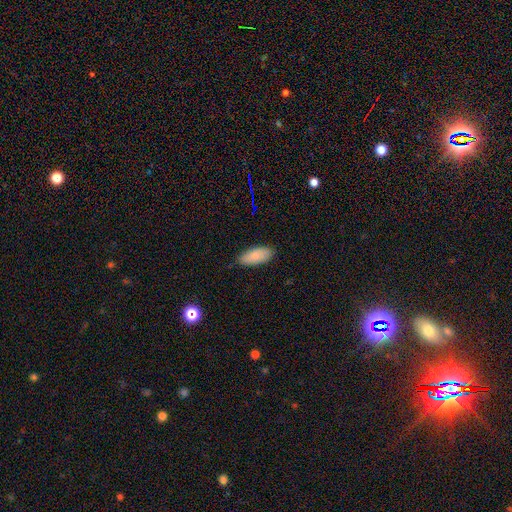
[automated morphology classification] Smooth or featured? Predicted: smooth (p=0.88). How rounded? Predicted: in between (p=0.86). Merging? Predicted: none (p=0.86).